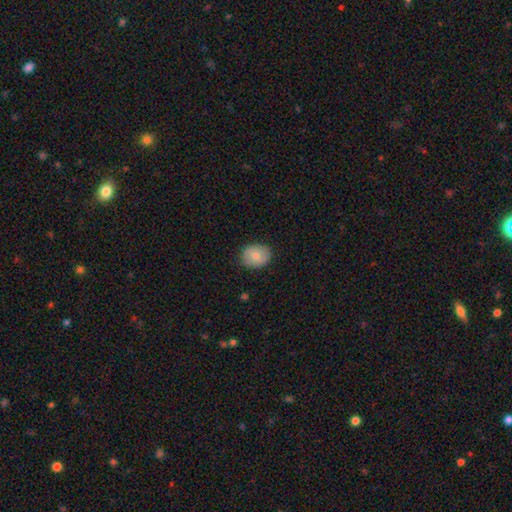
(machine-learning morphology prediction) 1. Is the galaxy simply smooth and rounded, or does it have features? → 76% smooth, 17% featured or disk, 7% star or artifact.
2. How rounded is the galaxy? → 50% in between, 49% round, 1% cigar-shaped.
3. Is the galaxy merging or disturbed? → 86% none, 11% minor disturbance, 2% major disturbance, 1% merger.